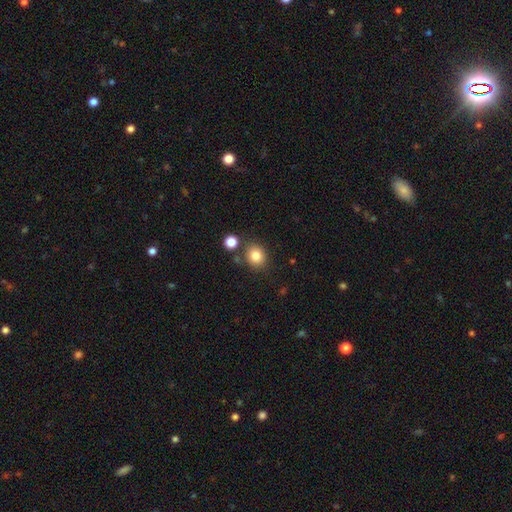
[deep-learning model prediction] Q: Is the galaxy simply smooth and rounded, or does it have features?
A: smooth — 82%.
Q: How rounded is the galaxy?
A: round — 73%.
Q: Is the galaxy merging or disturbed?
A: none — 78%.